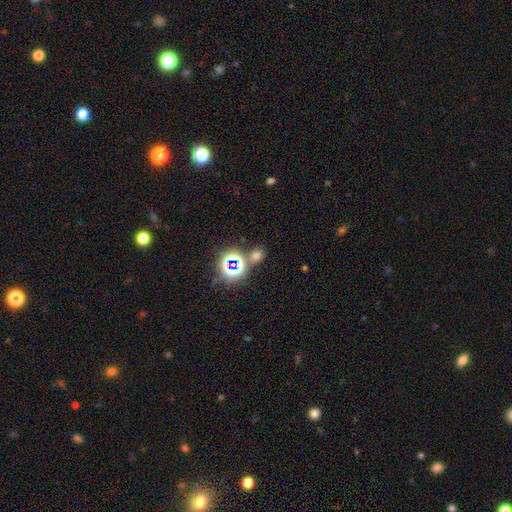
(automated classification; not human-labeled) smooth-or-featured: smooth: 47% | star or artifact: 46% | featured or disk: 7%
  merging: none: 72% | merger: 15% | minor disturbance: 9% | major disturbance: 4%